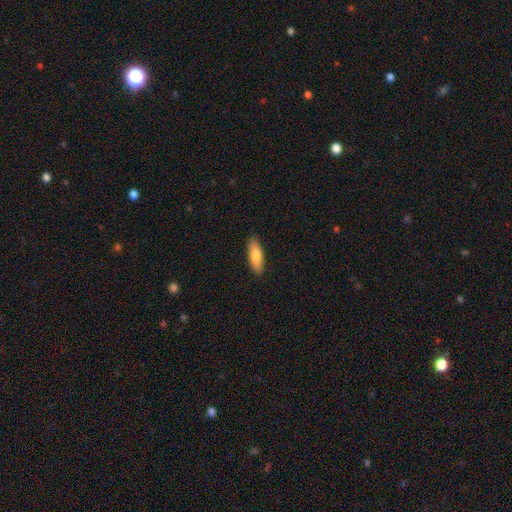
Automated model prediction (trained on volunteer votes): Morphology: type=smooth (81%); roundness=in between (58%); merging=none (89%).